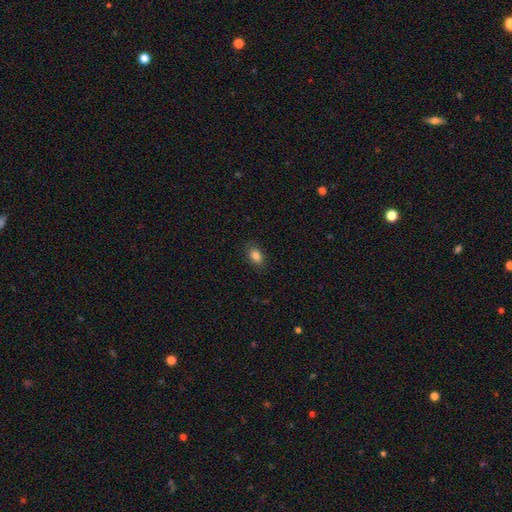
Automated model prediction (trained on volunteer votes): Smooth or featured? smooth (85%)
How rounded? in between (83%)
Merging? none (82%)